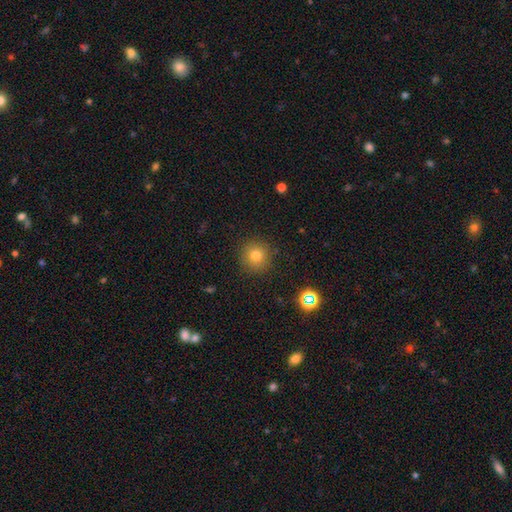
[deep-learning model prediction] Morphology: type=smooth (78%); roundness=round (94%); merging=none (90%).